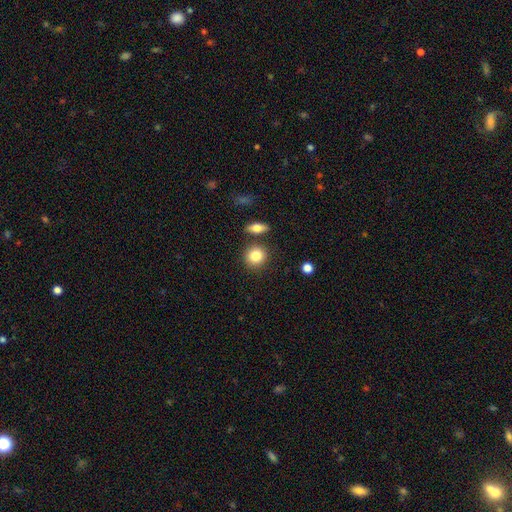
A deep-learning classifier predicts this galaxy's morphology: This is clearly a smooth galaxy (83%). How rounded: clearly round (84%). Merging: clearly none (81%).